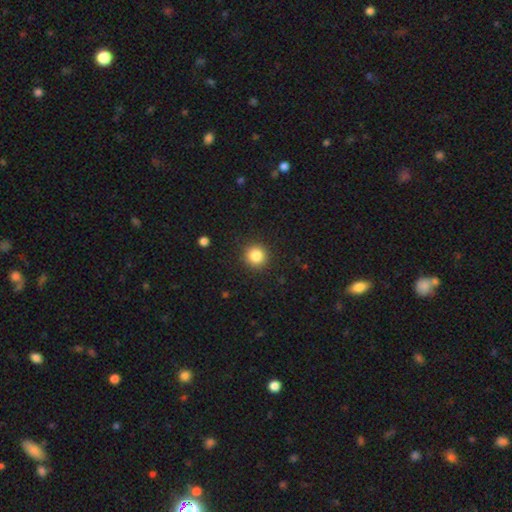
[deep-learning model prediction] The model was most divided on "smooth or featured": smooth: 85%, star or artifact: 11%, featured or disk: 5%. More confident: how rounded — round (94%); merging — none (91%).